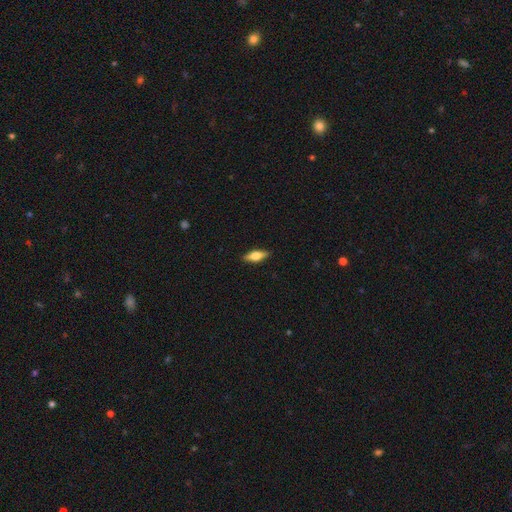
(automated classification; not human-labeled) Smooth or featured?
  - smooth: 58% *
  - featured or disk: 36%
  - star or artifact: 6%
How rounded?
  - in between: 65% *
  - cigar-shaped: 32%
  - round: 3%
Merging?
  - none: 88% *
  - minor disturbance: 9%
  - major disturbance: 2%
  - merger: 1%